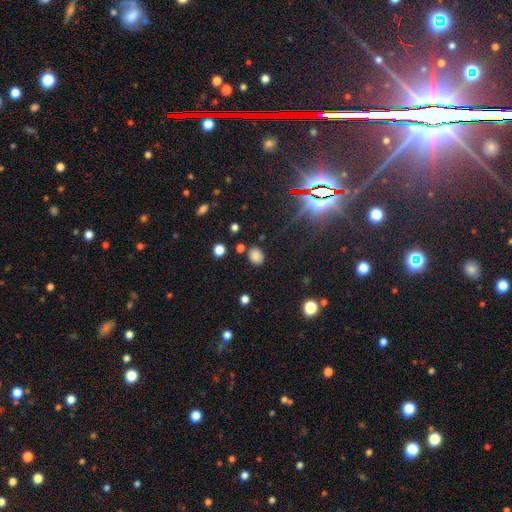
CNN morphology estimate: This appears to be a smooth galaxy with no disk features (78%) that is in between round and cigar-shaped (52%). Merging: none (81%).